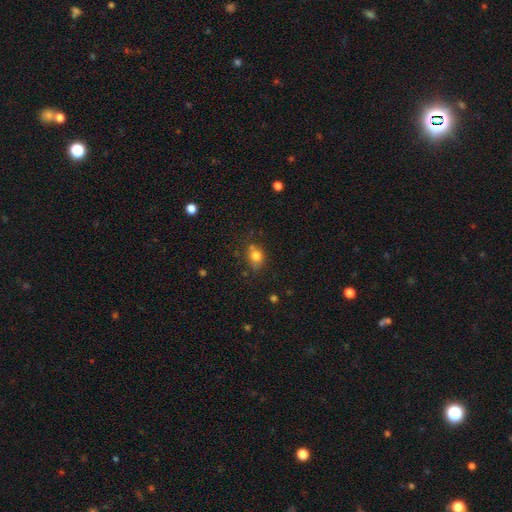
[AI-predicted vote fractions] smooth 78%, star or artifact 12%, featured or disk 10%. Down the decision tree: how rounded — round (57%); merging — none (62%).